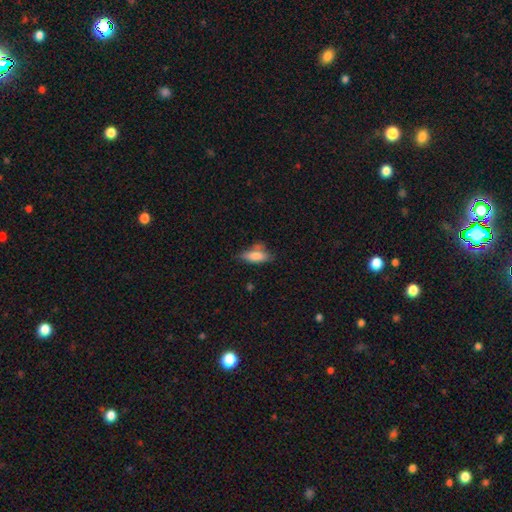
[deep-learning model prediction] This appears to be a smooth galaxy with no disk features (80%) that is in between round and cigar-shaped (72%). Merging: none (56%).